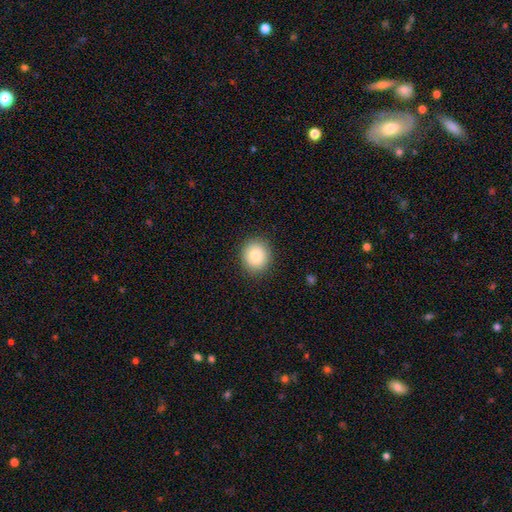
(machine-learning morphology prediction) Smooth or featured? smooth (82%)
How rounded? round (84%)
Merging? none (89%)